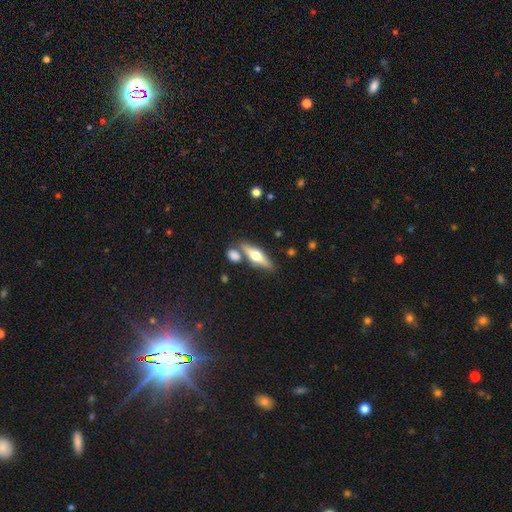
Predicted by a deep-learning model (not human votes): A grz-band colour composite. It shows a featured or disk galaxy (55%) viewed edge-on (93%) with a rounded central bulge (95%). Merging: none (73%).